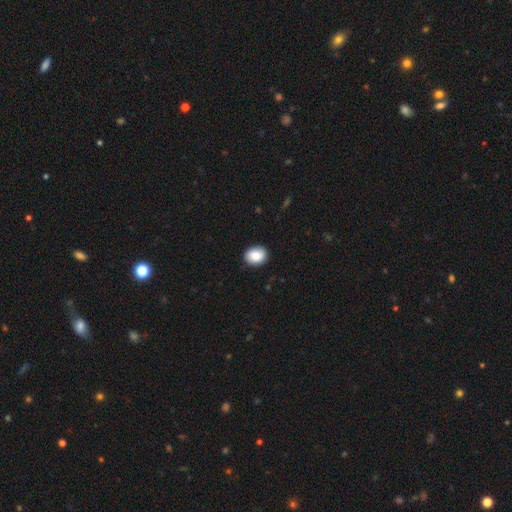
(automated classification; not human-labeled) A smooth galaxy with no disk features (87%) that is round (50%).

Vote fractions:
- Smooth or featured? smooth: 87% / star or artifact: 7% / featured or disk: 6%
- How rounded? round: 50% / in between: 49% / cigar-shaped: 1%
- Merging? none: 89% / minor disturbance: 8% / major disturbance: 2% / merger: 1%